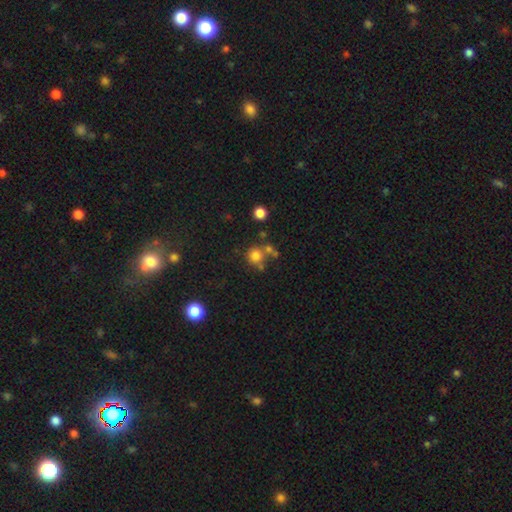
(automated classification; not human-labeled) This appears to be a smooth galaxy with no disk features (75%) that is round (90%). Merging: none (61%).